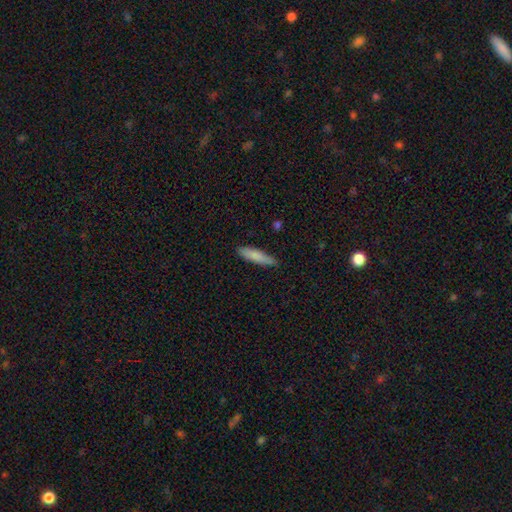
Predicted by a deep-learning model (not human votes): Overall: smooth (83%). How rounded: cigar-shaped (78%). Merging: none (79%).